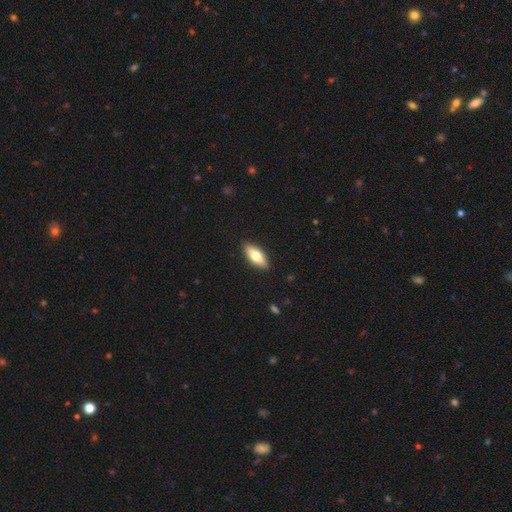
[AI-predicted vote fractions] A smooth galaxy with no disk features (71%) that is in between round and cigar-shaped (74%). Merging: none (89%).